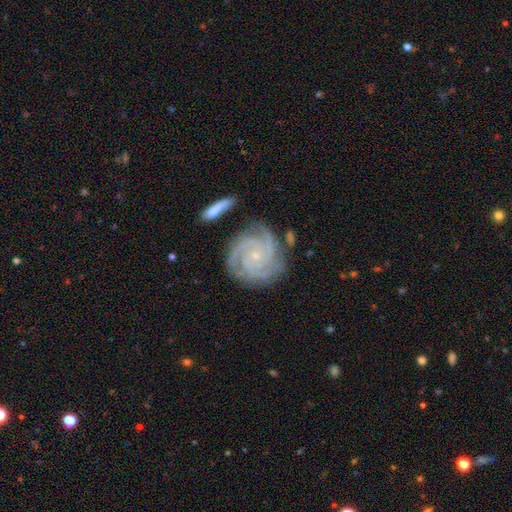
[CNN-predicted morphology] smooth-or-featured: featured or disk: 91% | star or artifact: 5% | smooth: 4%
  disk-edge-on: no: 98% | yes: 2%
    bar: no: 78% | weak: 17% | strong: 6%
    has-spiral-arms: yes: 98% | no: 2%
      spiral-winding: tight: 76% | medium: 21% | loose: 3%
      spiral-arm-count: 3: 35% | 4: 34% | 2: 10% | can't tell: 9% | more than 4: 6% | 1: 5%
    bulge-size: small: 85% | moderate: 11% | none: 2% | large: 1% | dominant: 1%
  merging: none: 76% | minor disturbance: 16% | major disturbance: 5% | merger: 4%